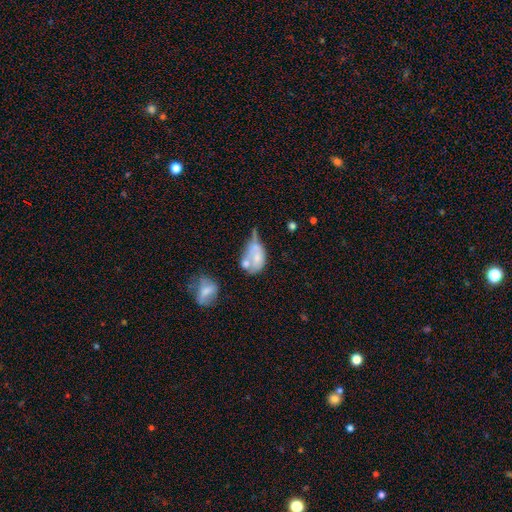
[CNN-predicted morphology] smooth 52%, featured or disk 39%, star or artifact 9%. Down the decision tree: how rounded — in between (83%); merging — merger (38%).